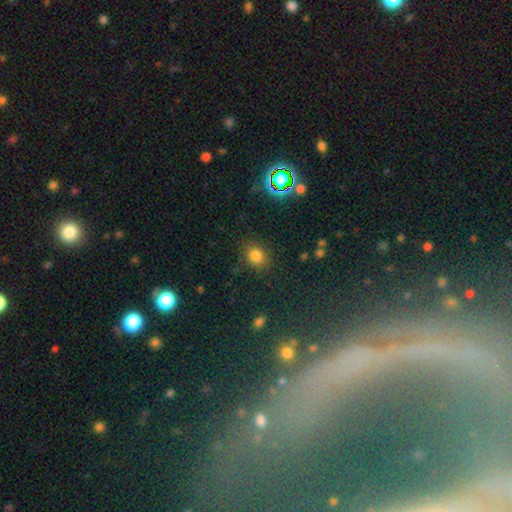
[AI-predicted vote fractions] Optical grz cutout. It shows a smooth galaxy with no disk features (78%) that is round (73%). Merging: none (83%).